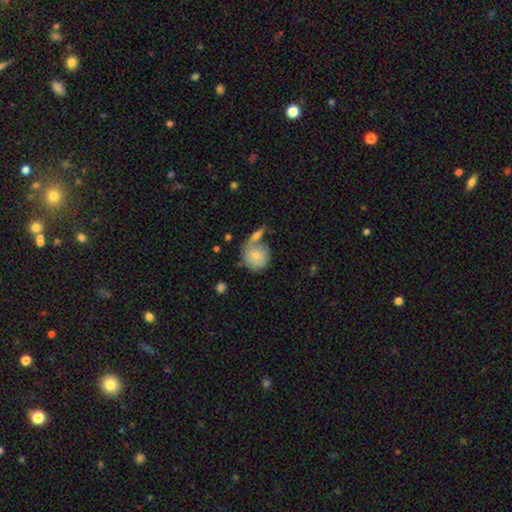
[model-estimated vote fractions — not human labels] Smooth or featured: smooth — 77% (featured or disk — 17%)
How rounded: round — 82% (in between — 17%)
Merging: none — 41% (merger — 35%)